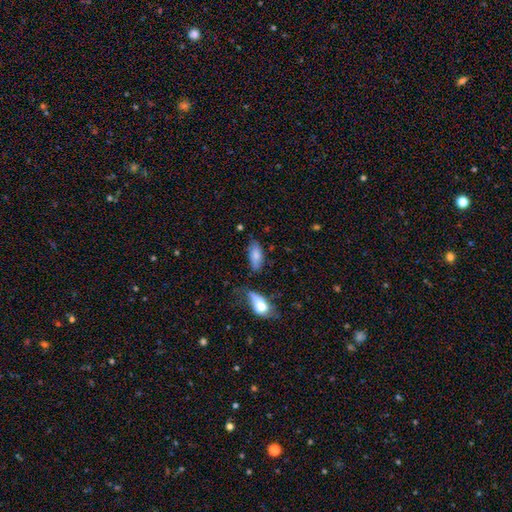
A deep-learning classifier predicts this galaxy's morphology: Q: Smooth or featured?
A: smooth (77%); runner-up: featured or disk (15%)
Q: How rounded?
A: in between (86%); runner-up: cigar-shaped (11%)
Q: Merging?
A: none (56%); runner-up: minor disturbance (25%)